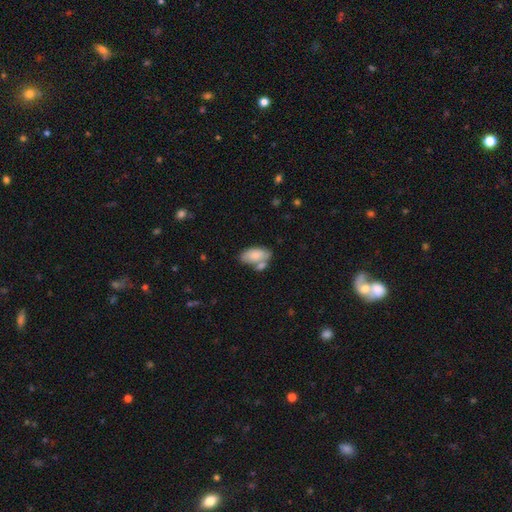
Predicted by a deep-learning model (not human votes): Overall: smooth (82%). How rounded: in between (93%). Merging: none (49%; merger 31%).